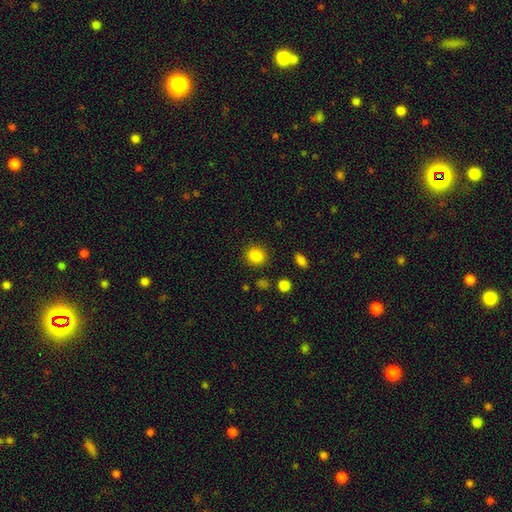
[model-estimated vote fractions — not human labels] This appears to be a smooth galaxy with no disk features (86%) that is round (75%). Merging: none (87%).